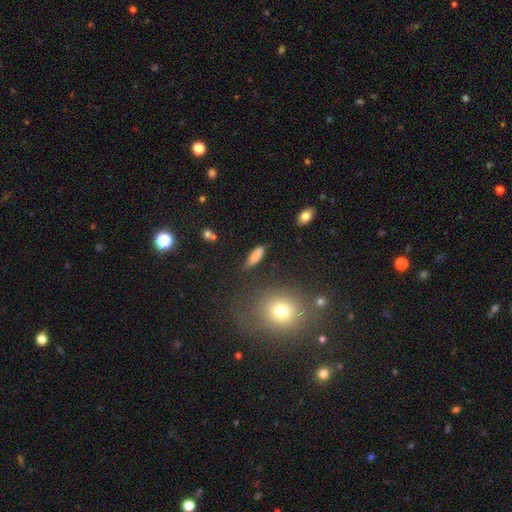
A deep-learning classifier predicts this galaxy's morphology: This appears to be a smooth galaxy with no disk features (80%) that is cigar-shaped (54%). Merging: none (77%).